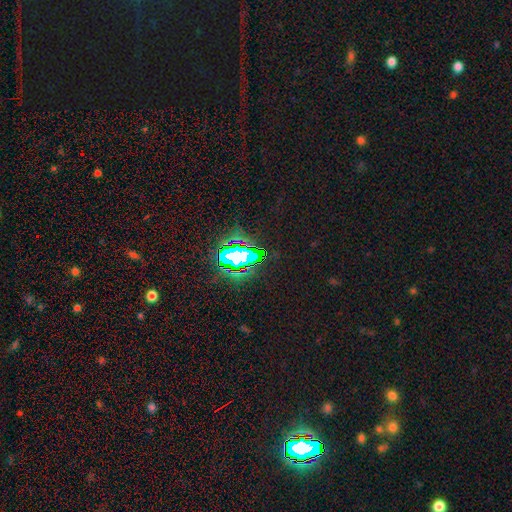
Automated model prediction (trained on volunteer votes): Morphology: type=star or artifact (80%).